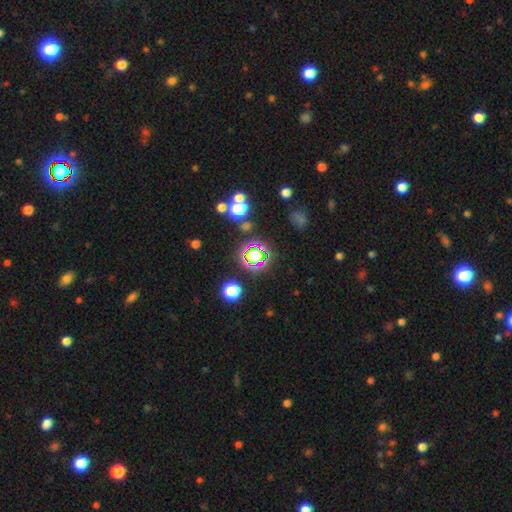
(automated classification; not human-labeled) A star or artifact, not a galaxy (56%).